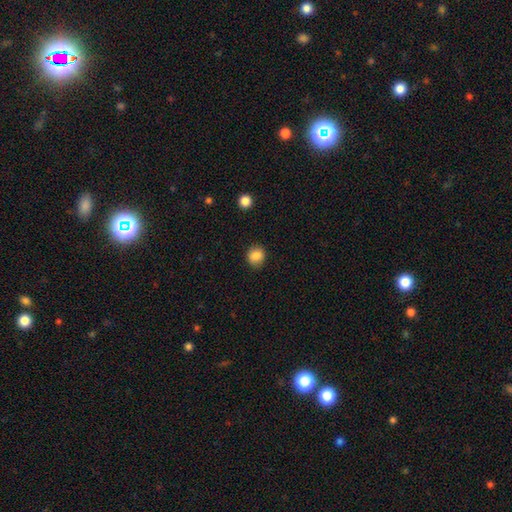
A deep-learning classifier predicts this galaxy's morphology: Smooth or featured?
  - smooth: 86% *
  - star or artifact: 9%
  - featured or disk: 4%
How rounded?
  - round: 82% *
  - in between: 17%
  - cigar-shaped: 1%
Merging?
  - none: 88% *
  - minor disturbance: 9%
  - major disturbance: 2%
  - merger: 1%